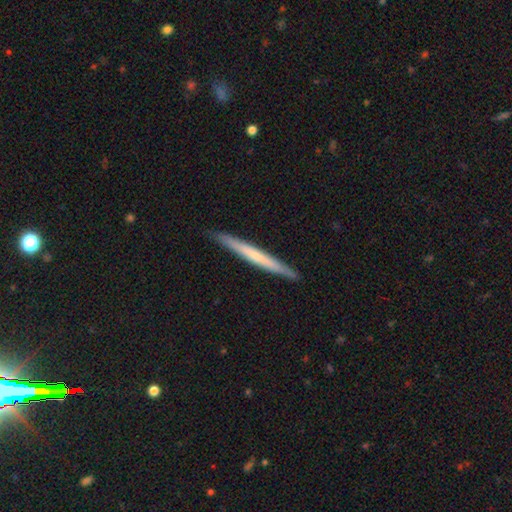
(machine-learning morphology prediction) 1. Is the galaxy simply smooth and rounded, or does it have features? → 48% smooth, 46% featured or disk, 6% star or artifact.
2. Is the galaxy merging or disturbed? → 91% none, 7% minor disturbance, 1% major disturbance, 1% merger.